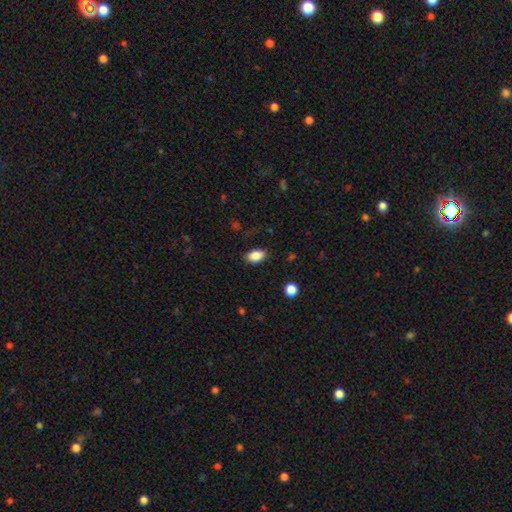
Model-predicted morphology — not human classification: A smooth galaxy with no disk features (87%) that is in between round and cigar-shaped (89%).

Vote fractions:
- Smooth or featured? smooth: 87% / star or artifact: 8% / featured or disk: 4%
- How rounded? in between: 89% / round: 9% / cigar-shaped: 2%
- Merging? none: 84% / minor disturbance: 12% / major disturbance: 3% / merger: 1%